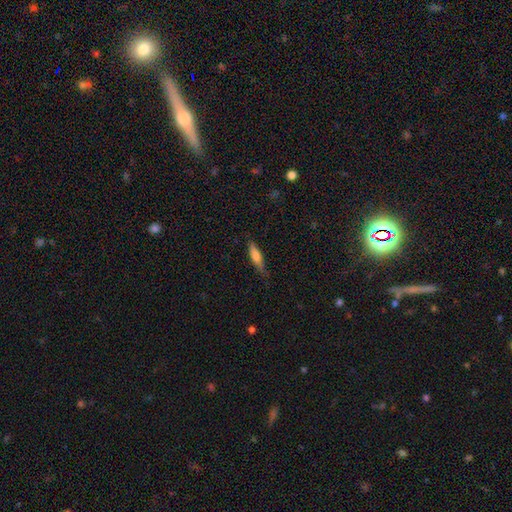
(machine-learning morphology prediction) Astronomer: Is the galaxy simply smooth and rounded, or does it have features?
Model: smooth — 69%.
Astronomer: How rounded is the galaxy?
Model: cigar-shaped — 70%.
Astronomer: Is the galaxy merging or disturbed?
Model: none — 72%.